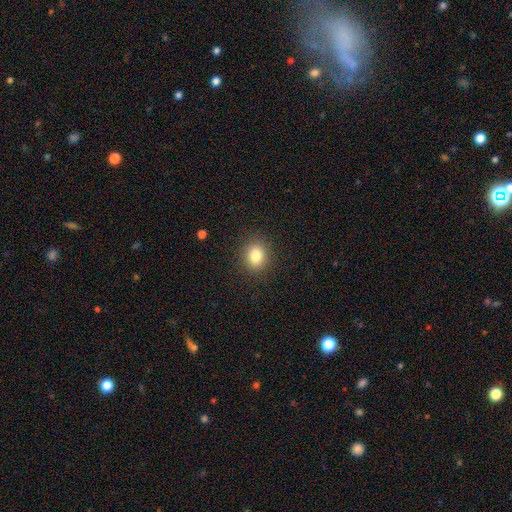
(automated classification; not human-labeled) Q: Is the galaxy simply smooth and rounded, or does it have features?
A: smooth — 82%.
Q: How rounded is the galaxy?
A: round — 65%.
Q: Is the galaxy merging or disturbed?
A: none — 89%.